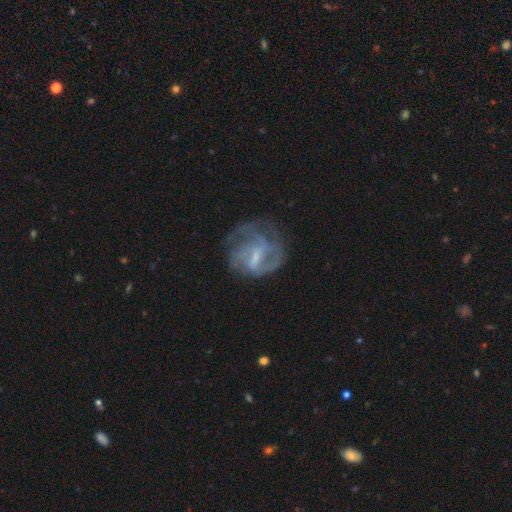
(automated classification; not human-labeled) A featured or disk galaxy (76%) with a weak bar (51%), medium (43%) spiral arms (79%) and a small central bulge (49%).

Vote fractions:
- Smooth or featured? featured or disk: 76% / smooth: 15% / star or artifact: 8%
- Edge-on disk? no: 97% / yes: 3%
- Bar? weak: 51% / strong: 31% / no: 18%
- Spiral arms? yes: 79% / no: 21%
- Spiral winding? medium: 43% / tight: 32% / loose: 24%
- Spiral arm count? can't tell: 35% / 2: 31% / 3: 18% / 1: 8% / 4: 5% / more than 4: 3%
- Bulge size? small: 49% / moderate: 24% / none: 23% / large: 2% / dominant: 1%
- Merging? none: 50% / major disturbance: 26% / minor disturbance: 21% / merger: 2%